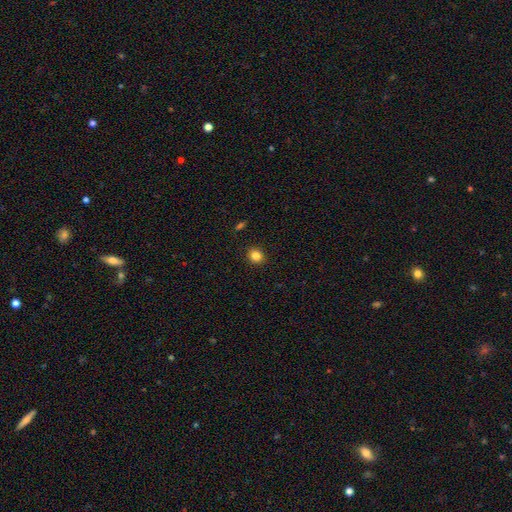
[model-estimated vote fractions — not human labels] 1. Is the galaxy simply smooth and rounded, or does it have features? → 84% smooth, 12% star or artifact, 5% featured or disk.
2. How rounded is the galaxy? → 81% round, 18% in between, 1% cigar-shaped.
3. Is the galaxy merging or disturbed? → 91% none, 6% minor disturbance, 2% major disturbance, 1% merger.